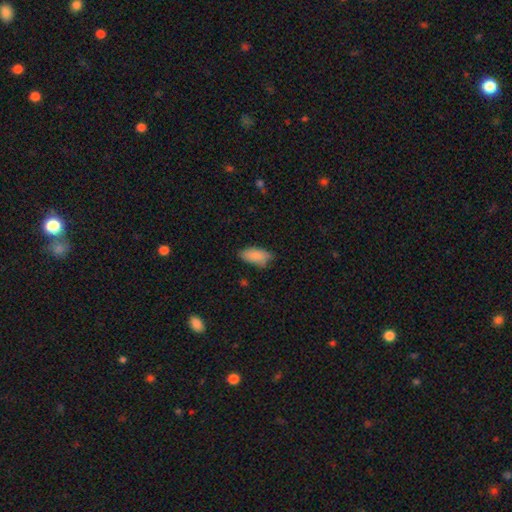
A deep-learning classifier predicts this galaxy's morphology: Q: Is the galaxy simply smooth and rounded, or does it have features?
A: smooth — 87%.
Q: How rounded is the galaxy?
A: in between — 90%.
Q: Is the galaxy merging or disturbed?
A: none — 70%.